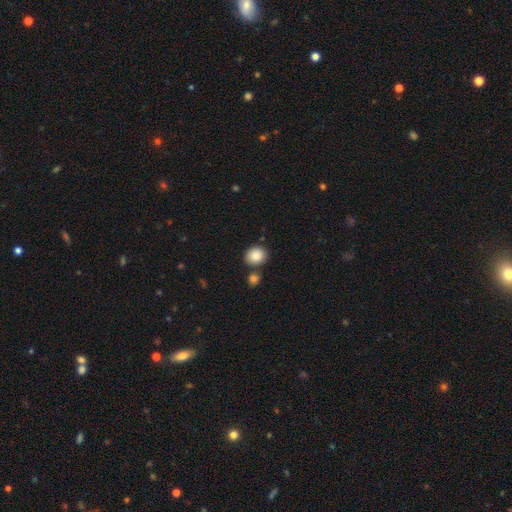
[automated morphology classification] A smooth galaxy with no disk features (87%) that is round (68%). Merging: none (72%).